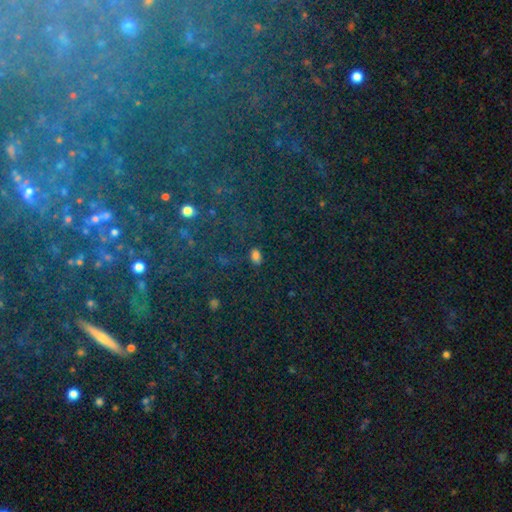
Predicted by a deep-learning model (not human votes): Q: Smooth or featured?
A: smooth (68%); runner-up: star or artifact (26%)
Q: How rounded?
A: in between (84%); runner-up: round (14%)
Q: Merging?
A: none (81%); runner-up: minor disturbance (12%)